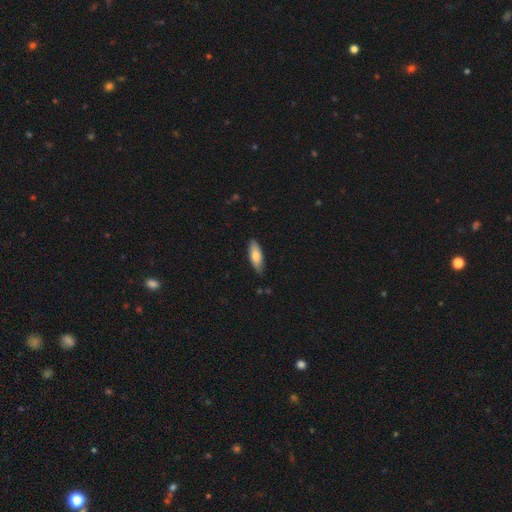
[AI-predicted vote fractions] A smooth galaxy with no disk features (75%) that is in between round and cigar-shaped (62%). Merging: none (81%).